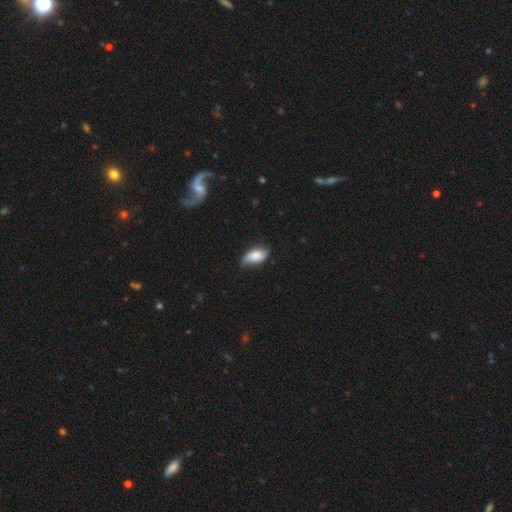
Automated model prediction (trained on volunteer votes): A smooth galaxy with no disk features (58%) that is in between round and cigar-shaped (90%).

Vote fractions:
- Smooth or featured? smooth: 58% / featured or disk: 34% / star or artifact: 8%
- How rounded? in between: 90% / cigar-shaped: 6% / round: 4%
- Merging? none: 52% / minor disturbance: 35% / major disturbance: 11% / merger: 2%